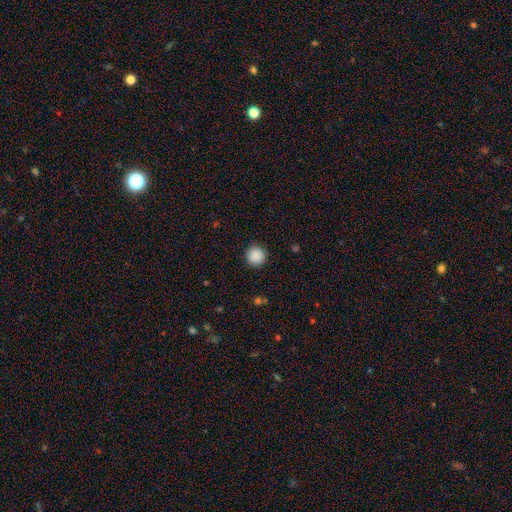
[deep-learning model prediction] Overall: smooth (89%). How rounded: round (95%). Merging: none (92%).